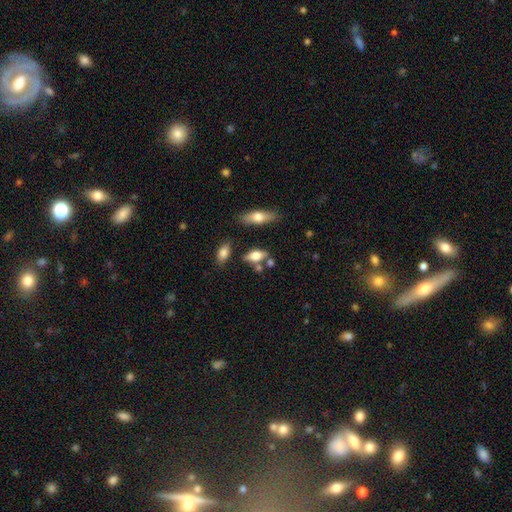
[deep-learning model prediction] A smooth galaxy with no disk features (66%) that is in between round and cigar-shaped (76%). Merging: none (64%).